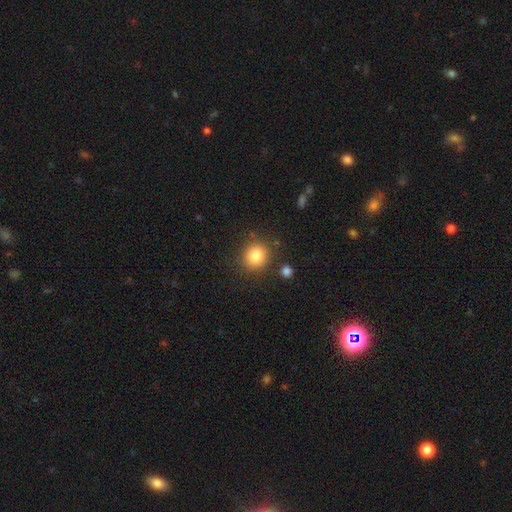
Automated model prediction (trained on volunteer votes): This appears to be a smooth galaxy with no disk features (84%) that is round (83%). Merging: none (82%).